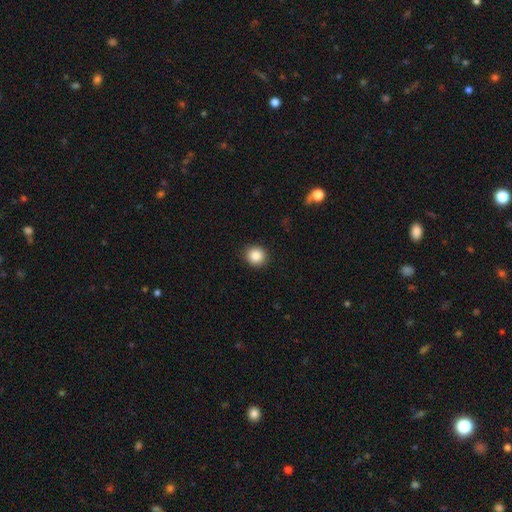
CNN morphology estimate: smooth 87%, star or artifact 9%, featured or disk 4%. Down the decision tree: how rounded — round (91%); merging — none (91%).